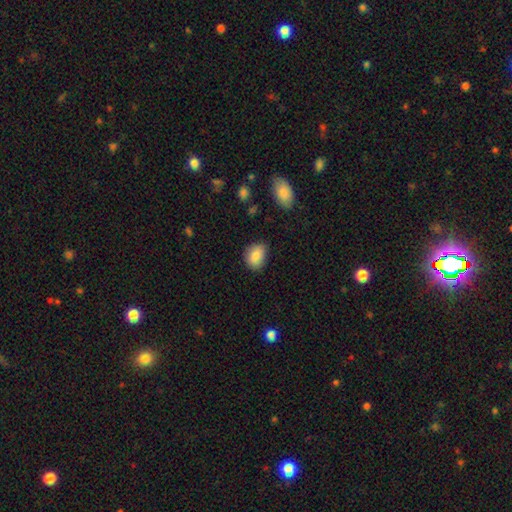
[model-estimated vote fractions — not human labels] Smooth or featured: smooth — 87% (star or artifact — 8%)
How rounded: in between — 66% (round — 33%)
Merging: none — 78% (minor disturbance — 17%)